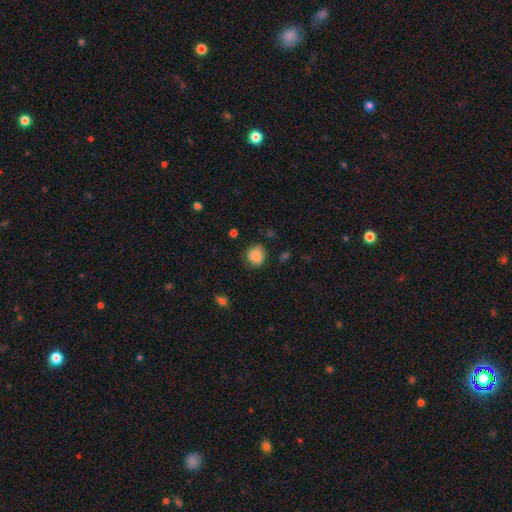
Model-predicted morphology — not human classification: A smooth galaxy with no disk features (86%) that is round (83%). Merging: none (79%).